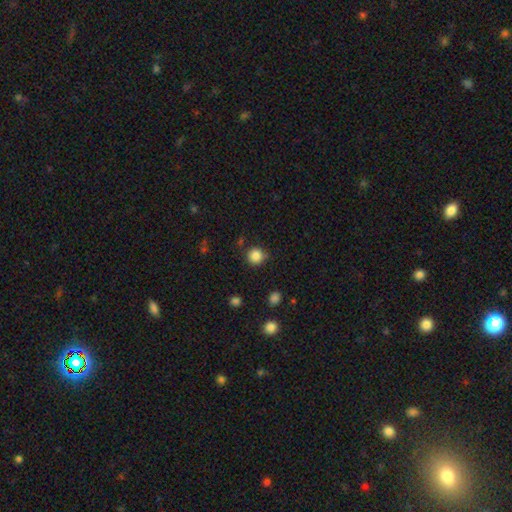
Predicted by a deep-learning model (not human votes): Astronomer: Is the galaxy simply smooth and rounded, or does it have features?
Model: smooth — 85%.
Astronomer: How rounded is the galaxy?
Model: round — 92%.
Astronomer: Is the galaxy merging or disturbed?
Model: none — 79%.